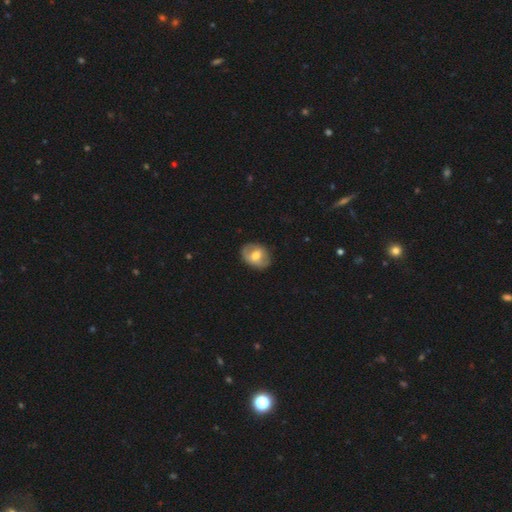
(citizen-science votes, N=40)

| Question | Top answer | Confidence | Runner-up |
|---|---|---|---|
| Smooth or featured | smooth | 65% | featured or disk (32%) |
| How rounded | in between | 58% | round (42%) |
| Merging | none | 77% | minor disturbance (15%) |